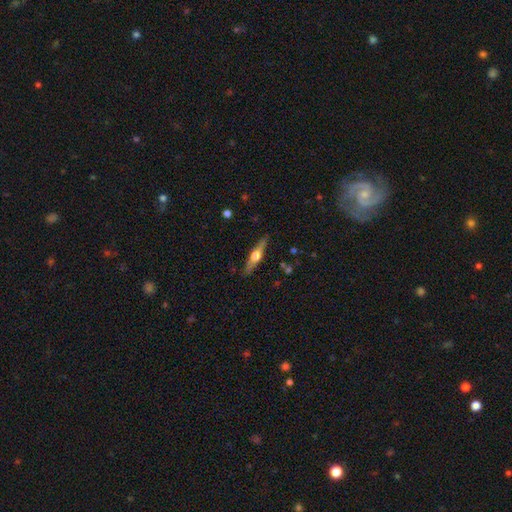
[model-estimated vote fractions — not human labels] This is likely a featured or disk galaxy (66%). It is clearly viewed edge-on (96%). Edge-on bulge: clearly rounded (94%). Merging: clearly none (88%).